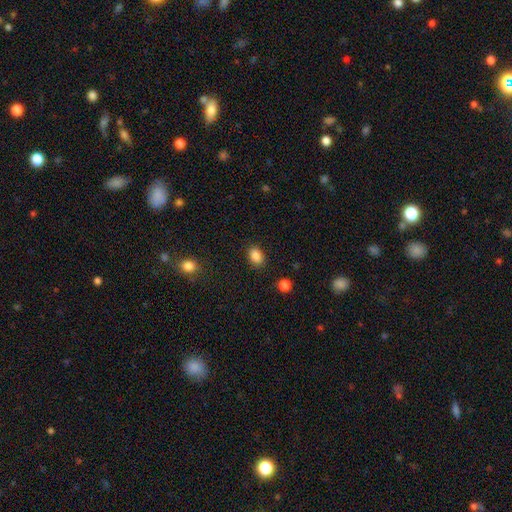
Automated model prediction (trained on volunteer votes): A smooth galaxy with no disk features (87%) that is in between round and cigar-shaped (81%). Merging: none (86%).